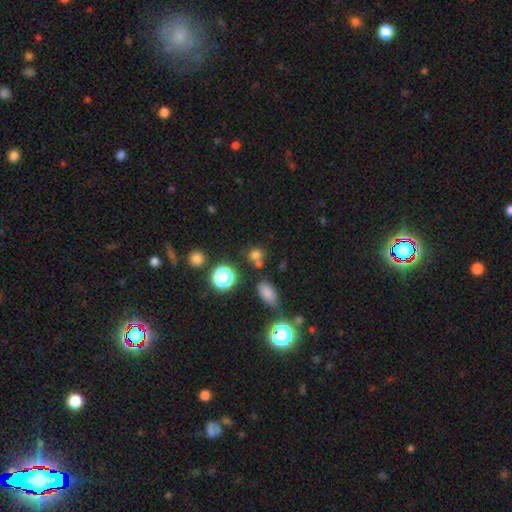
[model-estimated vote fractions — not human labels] smooth_or_featured: smooth (p=0.69) [alt: star or artifact p=0.24]
how_rounded: round (p=0.77) [alt: in between p=0.22]
merging: none (p=0.64) [alt: merger p=0.19]